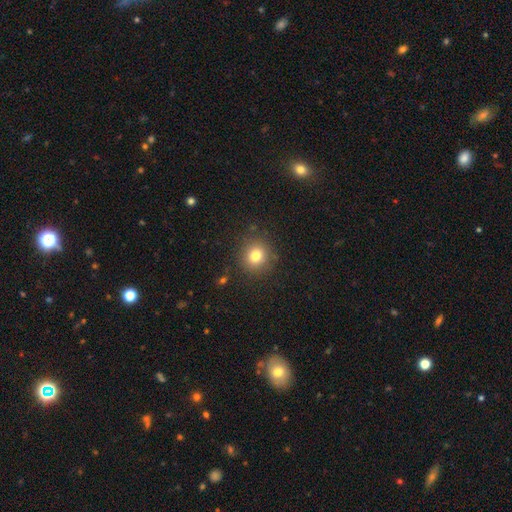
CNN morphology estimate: Q: Smooth or featured?
A: smooth (78%); runner-up: star or artifact (13%)
Q: How rounded?
A: round (88%); runner-up: in between (11%)
Q: Merging?
A: none (88%); runner-up: minor disturbance (8%)